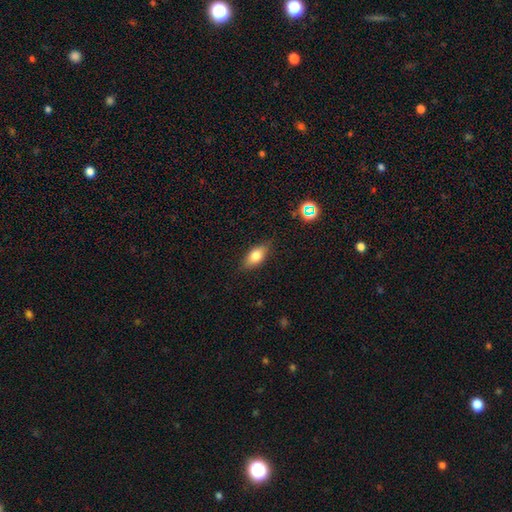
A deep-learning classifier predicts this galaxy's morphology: A smooth galaxy with no disk features (76%) that is in between round and cigar-shaped (84%). Merging: none (81%).